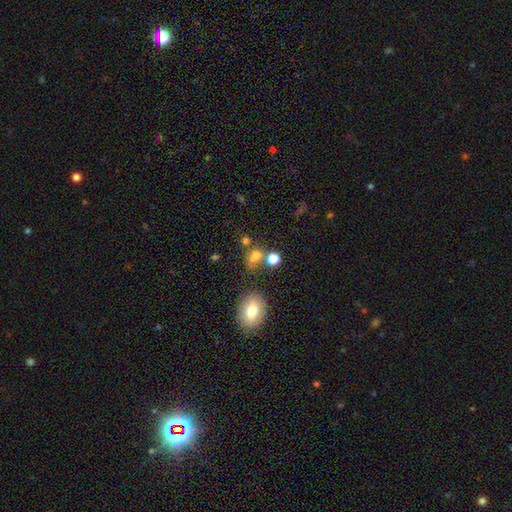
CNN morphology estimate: A smooth galaxy with no disk features (72%) that is round (73%). Merging: none (51%).